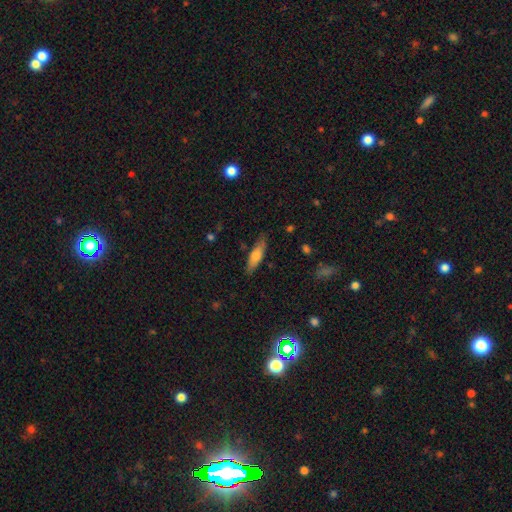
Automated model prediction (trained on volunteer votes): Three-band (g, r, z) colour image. It shows a smooth galaxy with no disk features (68%) that is cigar-shaped (61%). Merging: none (83%).